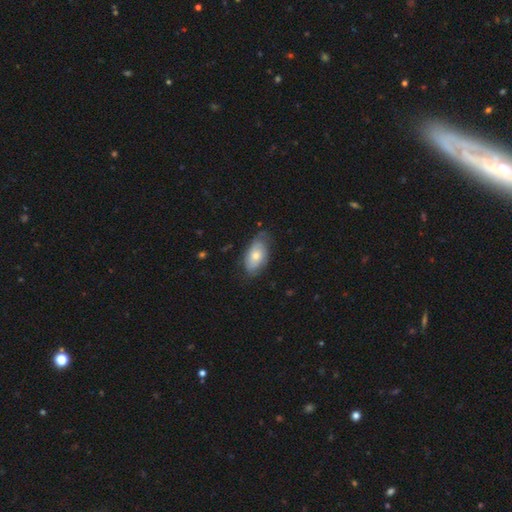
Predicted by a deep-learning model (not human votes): A smooth galaxy with no disk features (59%) that is in between round and cigar-shaped (92%). Merging: none (62%).